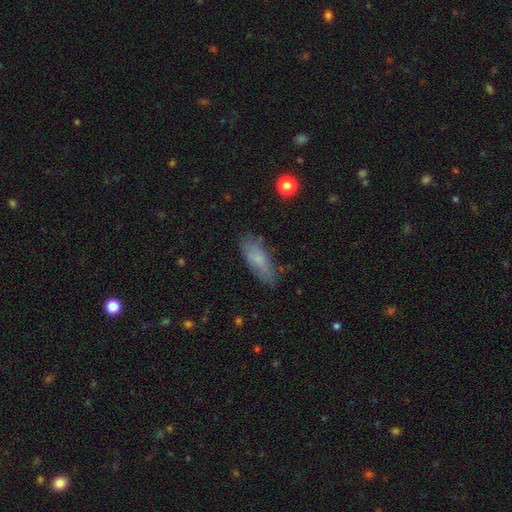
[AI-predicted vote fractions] Smooth or featured? smooth (70%)
How rounded? in between (61%)
Merging? none (76%)